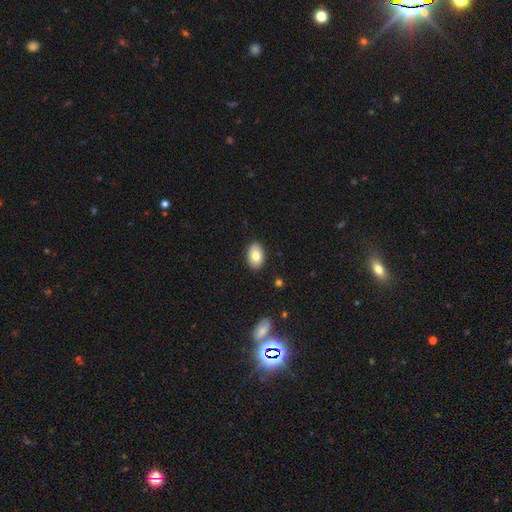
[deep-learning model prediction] Smooth or featured? Predicted: smooth (p=0.80). How rounded? Predicted: in between (p=0.89). Merging? Predicted: none (p=0.89).